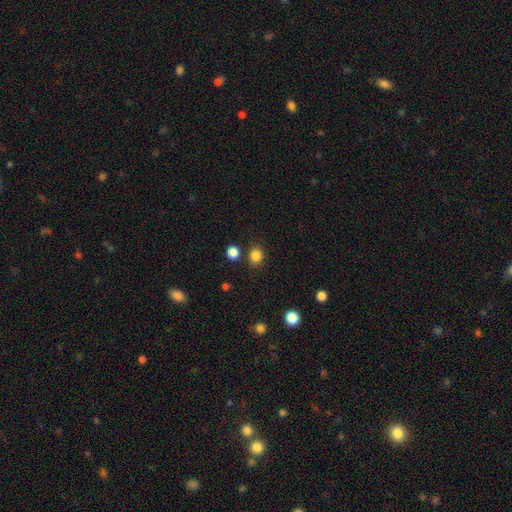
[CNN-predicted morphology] The model was most divided on "how rounded": round: 75%, in between: 24%, cigar-shaped: 1%. More confident: smooth or featured — smooth (84%); merging — none (83%).